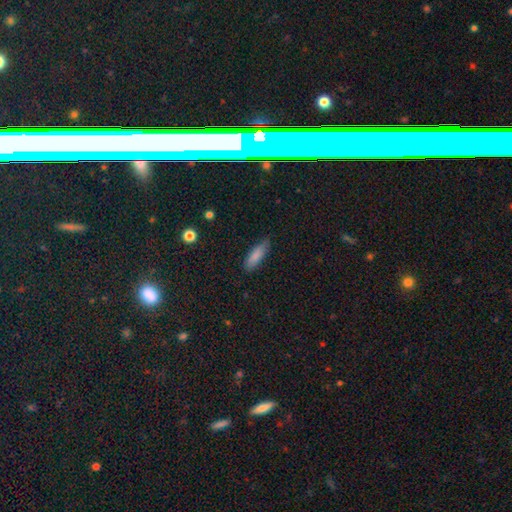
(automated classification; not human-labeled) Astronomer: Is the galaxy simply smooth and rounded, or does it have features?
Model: smooth — 84%.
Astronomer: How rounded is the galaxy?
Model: in between — 54% (runner-up: cigar-shaped, 44%).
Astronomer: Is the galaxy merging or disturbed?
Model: none — 78%.